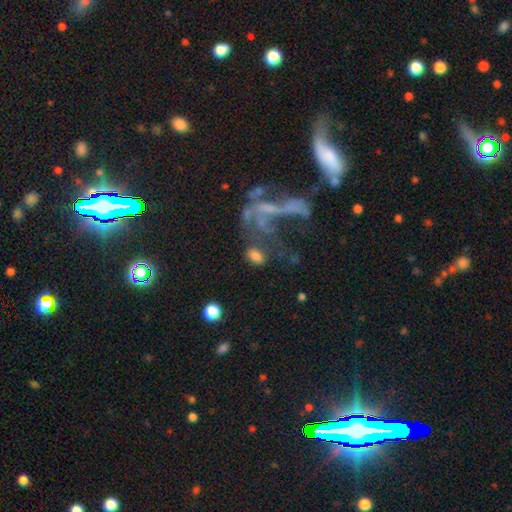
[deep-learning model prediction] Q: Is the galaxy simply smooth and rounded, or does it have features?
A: smooth — 64%.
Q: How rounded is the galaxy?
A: in between — 83%.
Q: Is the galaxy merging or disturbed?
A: none — 40%.